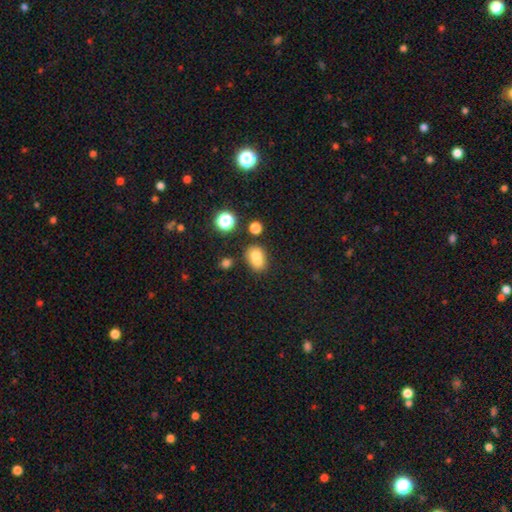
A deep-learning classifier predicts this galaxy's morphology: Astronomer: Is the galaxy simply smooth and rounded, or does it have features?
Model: smooth — 79%.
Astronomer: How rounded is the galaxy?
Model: in between — 71%.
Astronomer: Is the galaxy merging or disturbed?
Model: none — 60%.